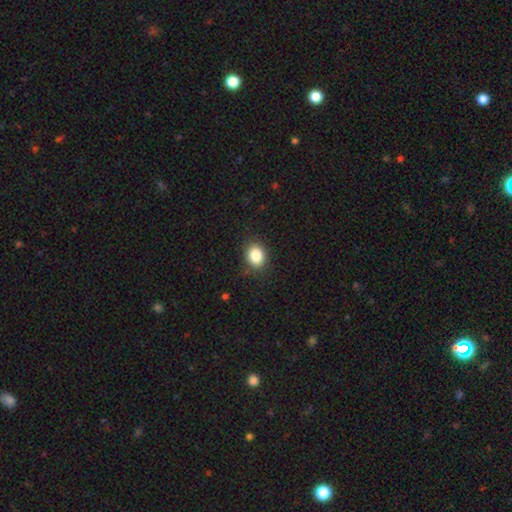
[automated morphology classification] The model was most divided on "how rounded": in between: 53%, round: 46%, cigar-shaped: 1%. More confident: smooth or featured — smooth (85%); merging — none (85%).